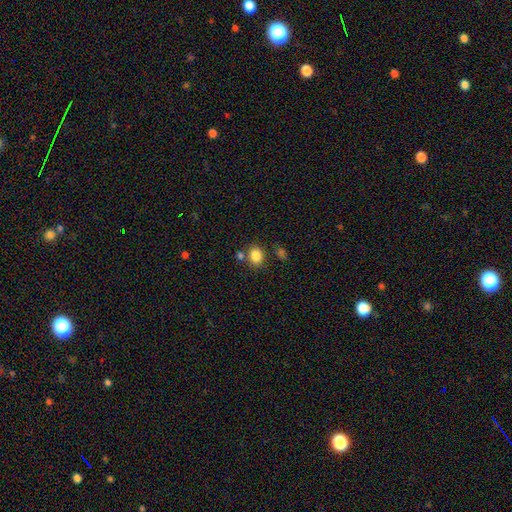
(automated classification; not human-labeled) smooth-or-featured: smooth: 85% | star or artifact: 10% | featured or disk: 5%
  how-rounded: round: 58% | in between: 41% | cigar-shaped: 1%
  merging: none: 72% | merger: 12% | minor disturbance: 12% | major disturbance: 4%